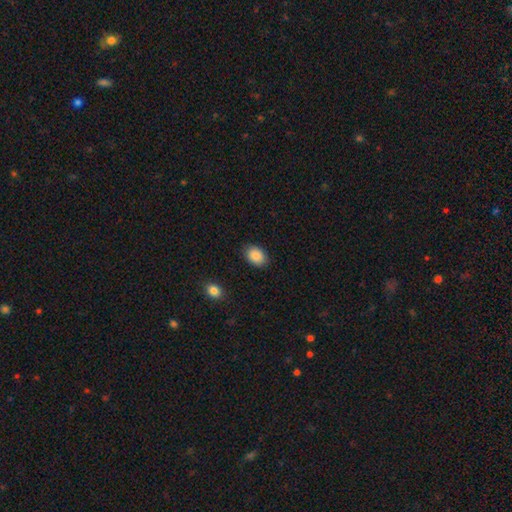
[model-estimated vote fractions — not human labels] The model was most divided on "how rounded": in between: 77%, round: 22%, cigar-shaped: 1%. More confident: smooth or featured — smooth (88%); merging — none (87%).